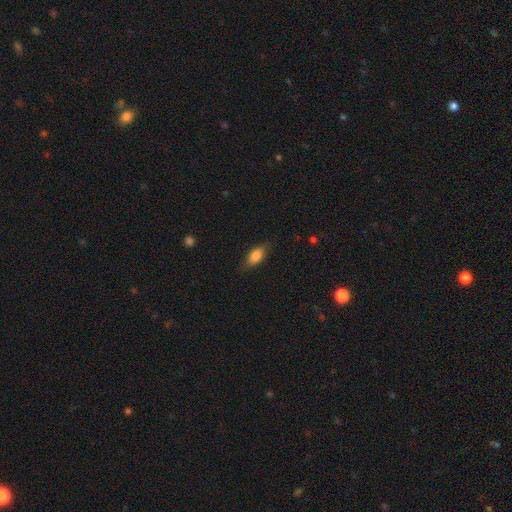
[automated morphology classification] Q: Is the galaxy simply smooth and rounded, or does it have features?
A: smooth — 77%.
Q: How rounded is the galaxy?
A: in between — 81%.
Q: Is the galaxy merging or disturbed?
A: none — 77%.